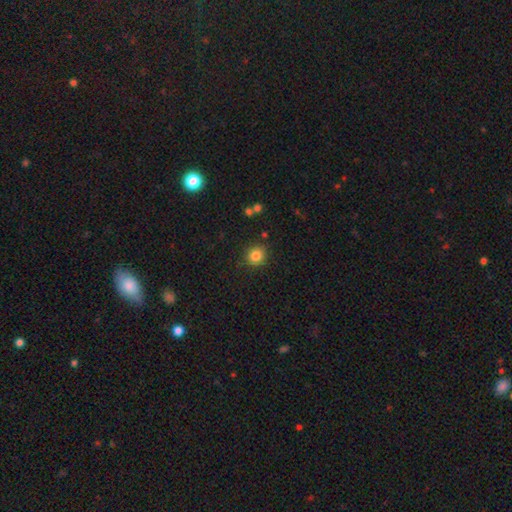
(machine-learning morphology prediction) type=smooth (83%); roundness=round (86%); merging=none (85%).